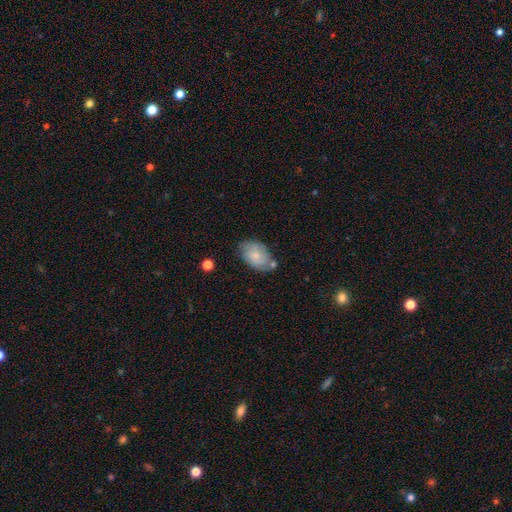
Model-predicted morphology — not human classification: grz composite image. It shows a smooth galaxy with no disk features (64%) that is in between round and cigar-shaped (90%). Merging: none (62%).